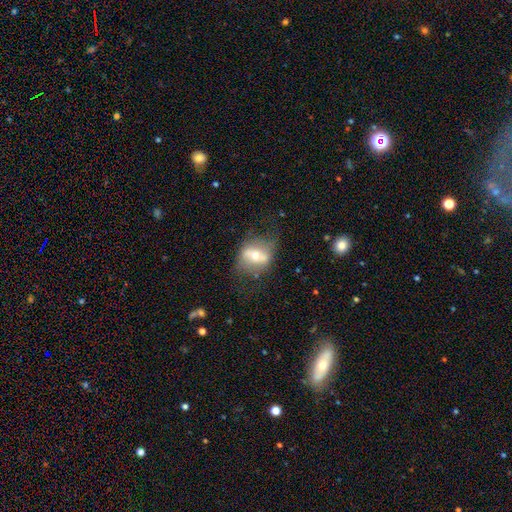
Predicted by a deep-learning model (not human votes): smooth_or_featured: featured or disk (p=0.56) [alt: smooth p=0.35]
disk_edge_on: no (p=0.83) [alt: yes p=0.17]
merging: none (p=0.56) [alt: minor disturbance p=0.23]